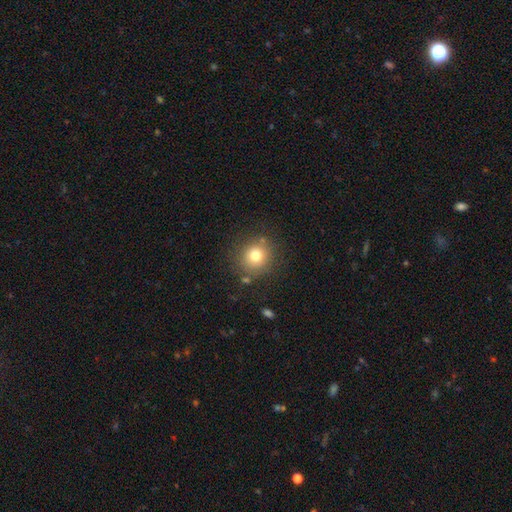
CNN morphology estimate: A smooth galaxy with no disk features (77%) that is round (88%). Merging: none (82%).